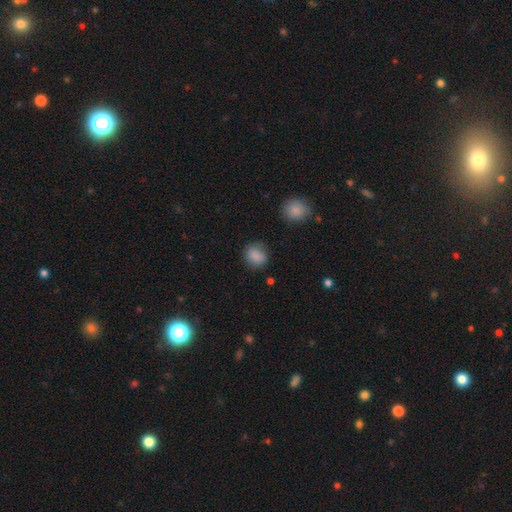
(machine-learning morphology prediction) Smooth or featured?
  - smooth: 85% *
  - star or artifact: 10%
  - featured or disk: 5%
How rounded?
  - round: 68% *
  - in between: 30%
  - cigar-shaped: 1%
Merging?
  - none: 76% *
  - minor disturbance: 17%
  - major disturbance: 5%
  - merger: 2%